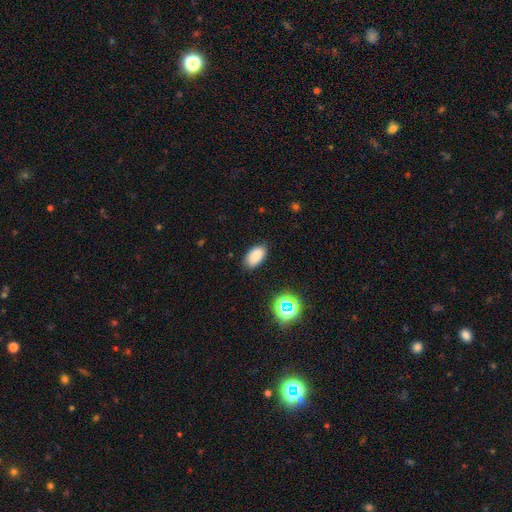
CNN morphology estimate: type=smooth (84%); roundness=in between (93%); merging=none (85%).